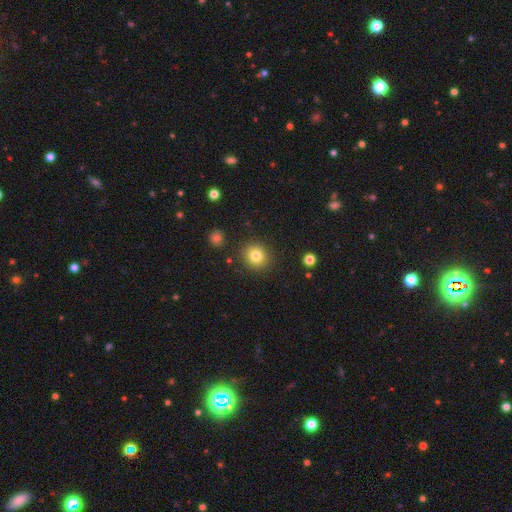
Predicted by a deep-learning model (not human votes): Smooth or featured: smooth — 81% (star or artifact — 12%)
How rounded: round — 87% (in between — 13%)
Merging: none — 89% (minor disturbance — 7%)